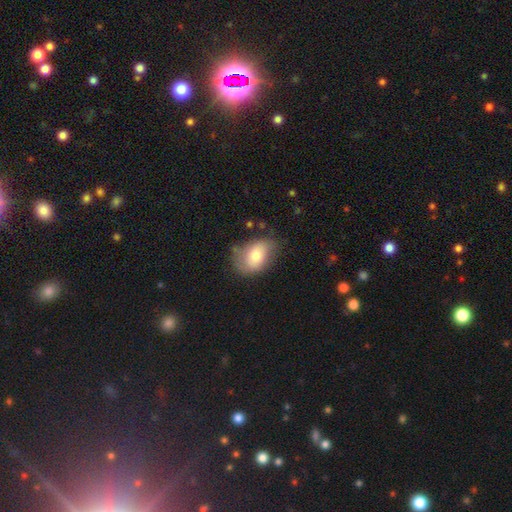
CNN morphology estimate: This is likely a smooth galaxy (69%). How rounded: clearly in between (80%). Merging: possibly none (59%).